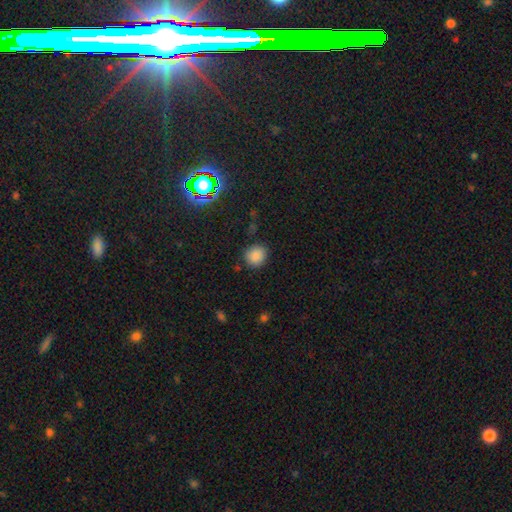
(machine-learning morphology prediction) This appears to be a smooth galaxy with no disk features (84%) that is round (81%). Merging: none (84%).